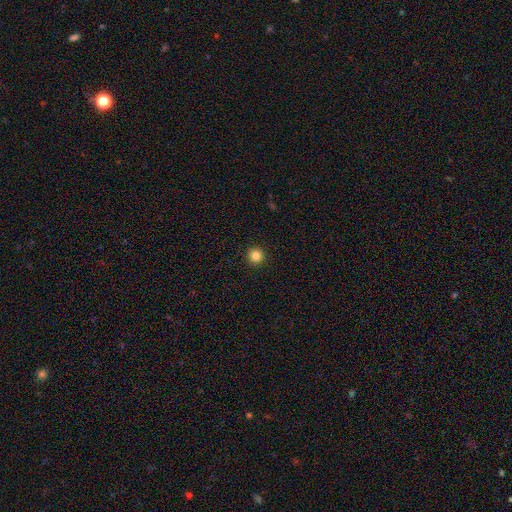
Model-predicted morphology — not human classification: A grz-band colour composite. It shows a smooth galaxy with no disk features (84%) that is round (96%). Merging: none (94%).